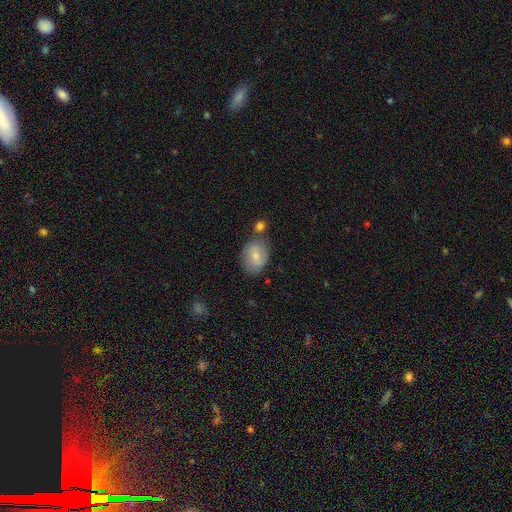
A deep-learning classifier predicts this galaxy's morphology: A smooth galaxy with no disk features (74%) that is in between round and cigar-shaped (68%). Merging: none (64%).